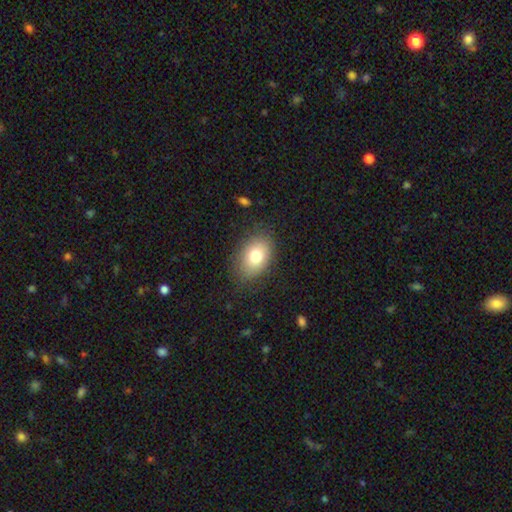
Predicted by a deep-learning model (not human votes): Smooth or featured: smooth — 78% (featured or disk — 13%)
How rounded: in between — 81% (round — 18%)
Merging: none — 81% (minor disturbance — 13%)